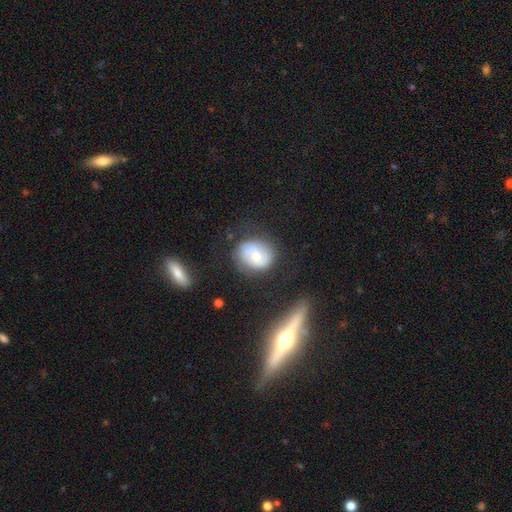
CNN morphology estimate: Q: Smooth or featured?
A: featured or disk (55%); runner-up: smooth (37%)
Q: Edge-on disk?
A: no (97%); runner-up: yes (3%)
Q: Bar?
A: no (54%); runner-up: weak (37%)
Q: Spiral arms?
A: yes (84%); runner-up: no (16%)
Q: Bulge size?
A: moderate (52%); runner-up: small (39%)
Q: Merging?
A: none (69%); runner-up: minor disturbance (19%)